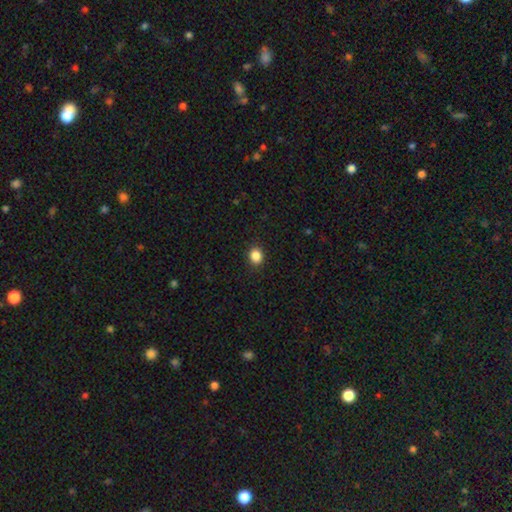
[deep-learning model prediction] smooth_or_featured: smooth (p=0.86) [alt: star or artifact p=0.11]
how_rounded: round (p=0.66) [alt: in between p=0.33]
merging: none (p=0.91) [alt: minor disturbance p=0.06]